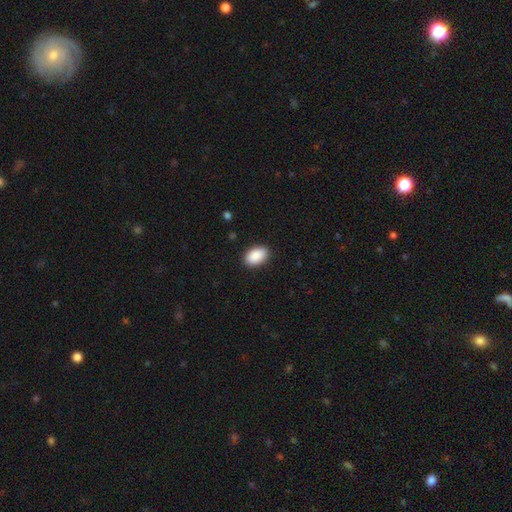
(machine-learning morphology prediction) type=smooth (91%); roundness=in between (91%); merging=none (89%).